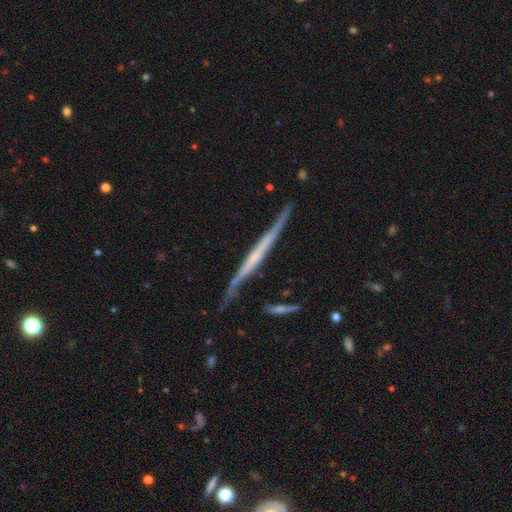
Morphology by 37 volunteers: This is clearly a featured or disk galaxy (81%). It is clearly viewed edge-on (100%). Edge-on bulge: likely none (60%). Merging: possibly none (56%).